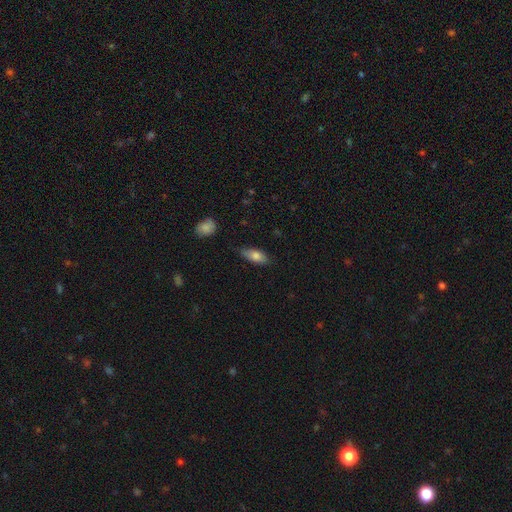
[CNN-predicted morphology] smooth-or-featured: smooth: 77% | featured or disk: 16% | star or artifact: 7%
  how-rounded: in between: 80% | cigar-shaped: 17% | round: 3%
  merging: none: 76% | minor disturbance: 20% | major disturbance: 3% | merger: 2%